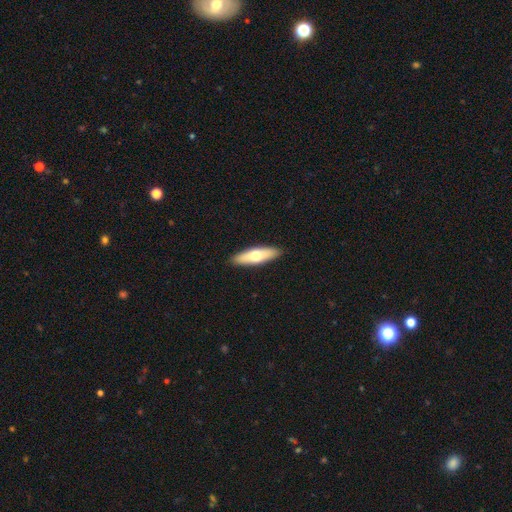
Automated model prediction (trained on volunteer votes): Smooth or featured? Predicted: smooth (p=0.61). How rounded? Predicted: cigar-shaped (p=0.54). Merging? Predicted: none (p=0.90).